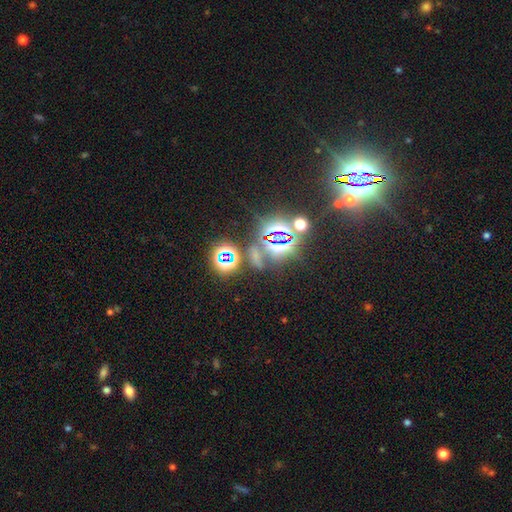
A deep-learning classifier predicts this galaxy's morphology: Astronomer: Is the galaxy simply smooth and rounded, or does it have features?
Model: star or artifact — 70%.